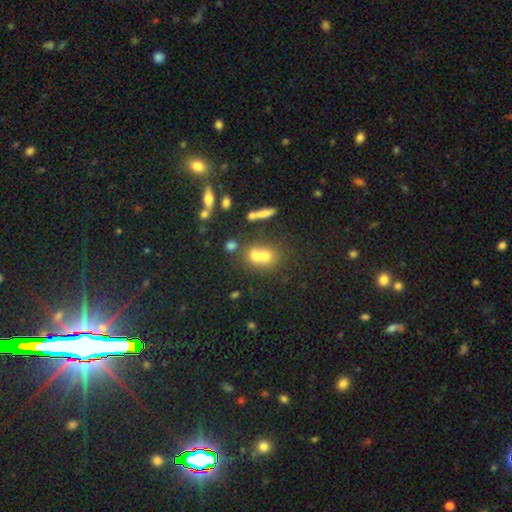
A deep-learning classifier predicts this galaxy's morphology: smooth_or_featured: smooth (p=0.64) [alt: featured or disk p=0.21]
how_rounded: round (p=0.63) [alt: in between p=0.34]
merging: merger (p=0.63) [alt: none p=0.26]